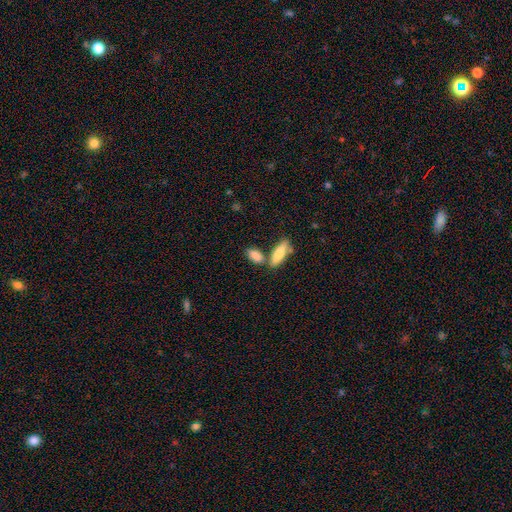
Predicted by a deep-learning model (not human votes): Morphology: type=smooth (84%); roundness=in between (75%); merging=none (53%).